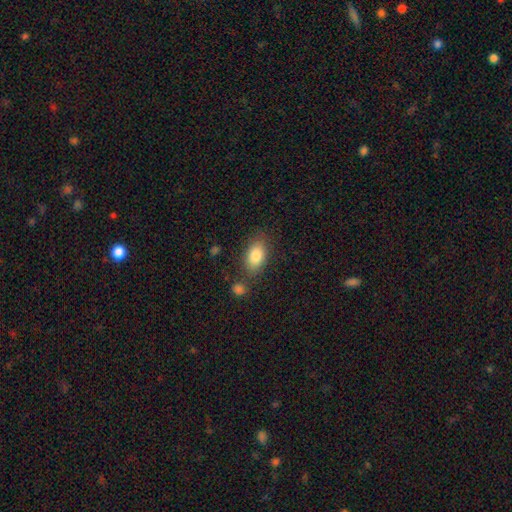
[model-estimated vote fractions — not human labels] Smooth or featured: smooth — 84% (featured or disk — 9%)
How rounded: in between — 88% (round — 9%)
Merging: none — 74% (minor disturbance — 14%)